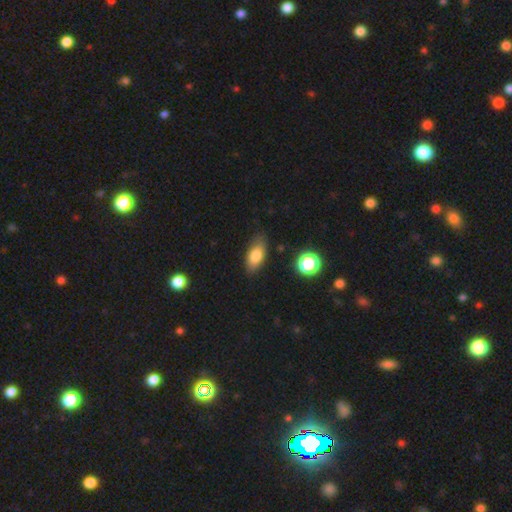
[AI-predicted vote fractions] The model was most divided on "merging": none: 77%, minor disturbance: 18%, major disturbance: 4%, merger: 2%. More confident: how rounded — in between (88%); smooth or featured — smooth (80%).